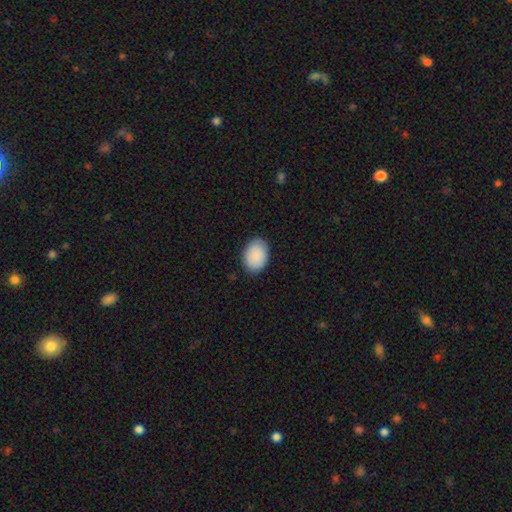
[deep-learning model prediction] Smooth or featured: smooth — 89% (star or artifact — 6%)
How rounded: in between — 80% (round — 19%)
Merging: none — 86% (minor disturbance — 11%)